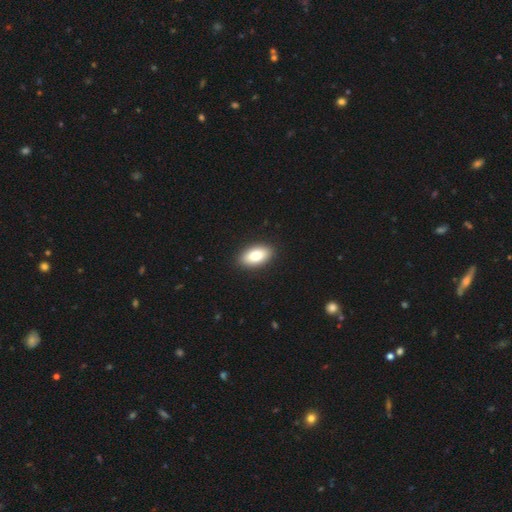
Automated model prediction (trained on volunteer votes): A smooth galaxy with no disk features (81%) that is in between round and cigar-shaped (93%).

Vote fractions:
- Smooth or featured? smooth: 81% / featured or disk: 12% / star or artifact: 7%
- How rounded? in between: 93% / round: 4% / cigar-shaped: 3%
- Merging? none: 91% / minor disturbance: 7% / major disturbance: 2% / merger: 1%